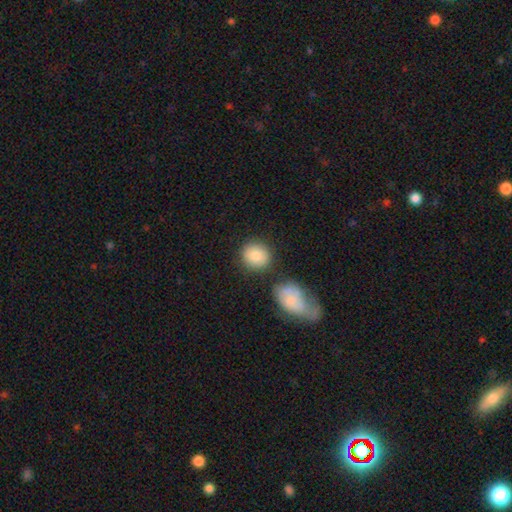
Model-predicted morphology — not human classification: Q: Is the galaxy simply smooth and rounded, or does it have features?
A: smooth — 85%.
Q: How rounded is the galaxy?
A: round — 83%.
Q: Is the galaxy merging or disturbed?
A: none — 76%.